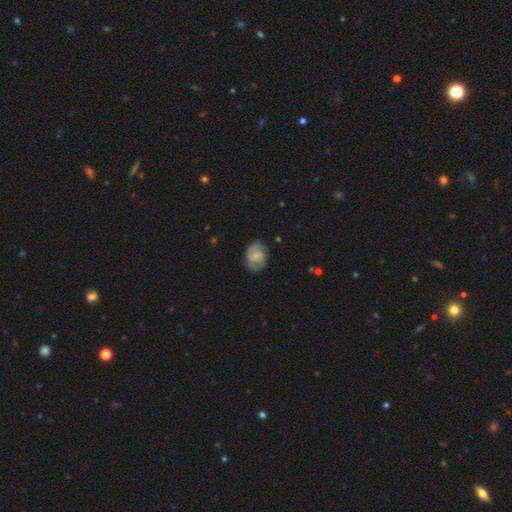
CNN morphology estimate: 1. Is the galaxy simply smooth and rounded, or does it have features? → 47% smooth, 45% featured or disk, 8% star or artifact.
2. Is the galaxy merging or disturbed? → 71% none, 21% minor disturbance, 6% major disturbance, 1% merger.